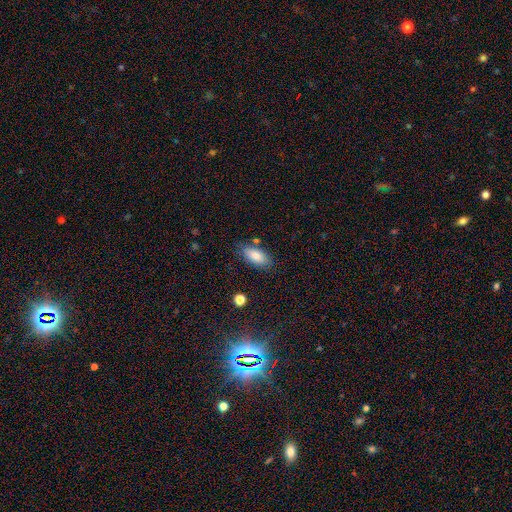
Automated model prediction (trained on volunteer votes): A smooth galaxy with no disk features (83%) that is in between round and cigar-shaped (86%). Merging: none (78%).